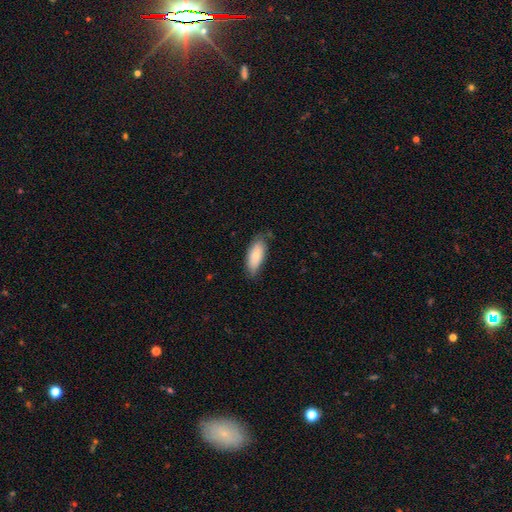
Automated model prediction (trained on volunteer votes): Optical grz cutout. It shows a smooth galaxy with no disk features (77%) that is in between round and cigar-shaped (82%). Merging: none (70%).